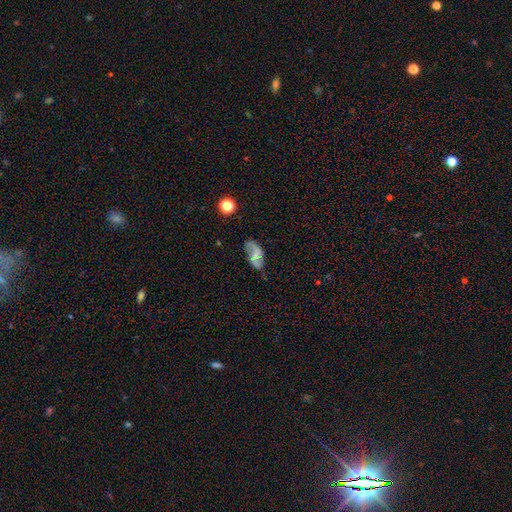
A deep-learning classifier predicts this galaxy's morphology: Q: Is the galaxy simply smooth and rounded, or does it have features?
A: featured or disk — 56%.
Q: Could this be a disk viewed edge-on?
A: no — 96%.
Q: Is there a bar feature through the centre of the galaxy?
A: weak — 44%.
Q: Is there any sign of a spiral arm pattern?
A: yes — 82%.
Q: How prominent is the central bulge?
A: small — 42%.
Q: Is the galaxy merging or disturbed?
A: none — 59%.